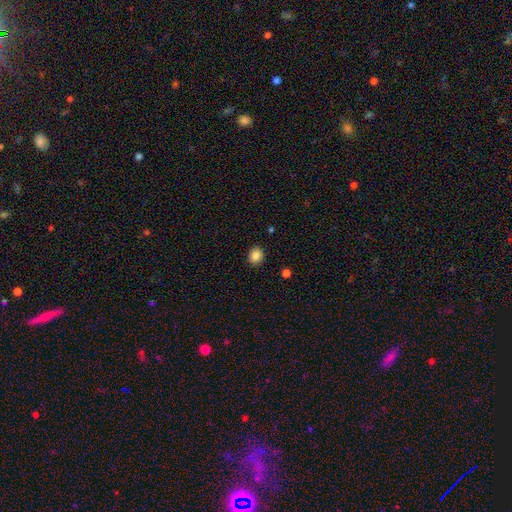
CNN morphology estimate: Smooth or featured: smooth — 85% (star or artifact — 10%)
How rounded: round — 74% (in between — 25%)
Merging: none — 90% (minor disturbance — 7%)